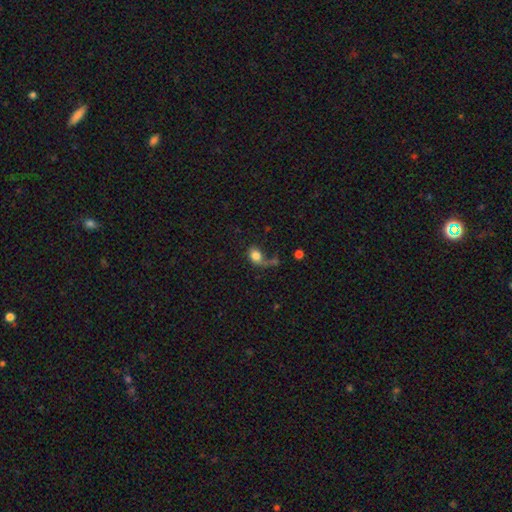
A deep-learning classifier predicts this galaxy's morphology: smooth_or_featured: smooth (p=0.73) [alt: featured or disk p=0.17]
how_rounded: in between (p=0.57) [alt: round p=0.41]
merging: major disturbance (p=0.36) [alt: none p=0.30]